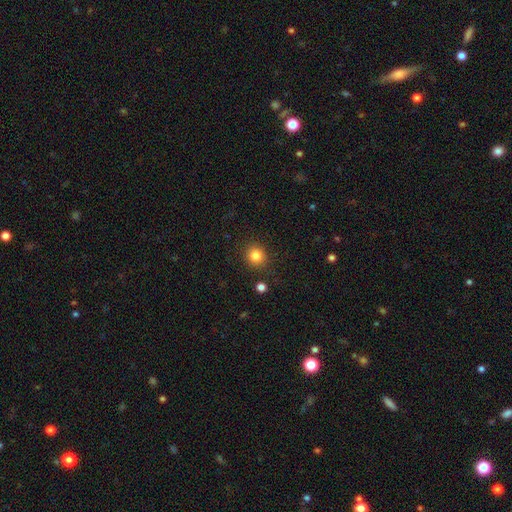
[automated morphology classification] type=smooth (83%); roundness=round (87%); merging=none (87%).